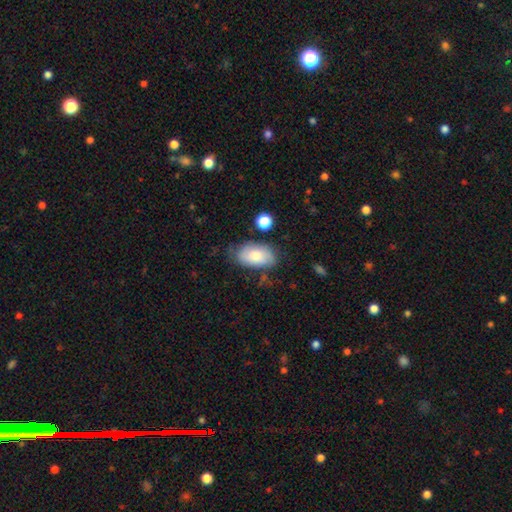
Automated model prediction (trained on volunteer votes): This appears to be a smooth galaxy with no disk features (73%) that is in between round and cigar-shaped (93%). Merging: none (65%).